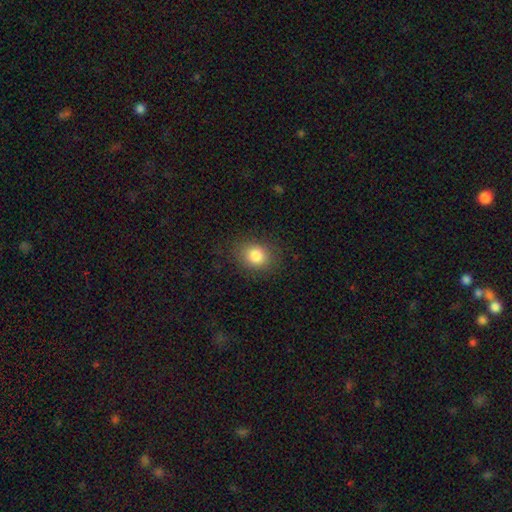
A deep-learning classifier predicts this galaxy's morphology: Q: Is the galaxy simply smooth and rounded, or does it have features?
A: smooth — 83%.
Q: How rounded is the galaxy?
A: round — 56%.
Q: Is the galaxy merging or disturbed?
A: none — 84%.